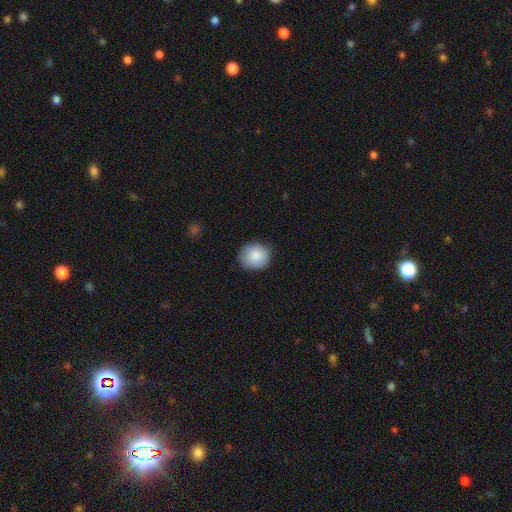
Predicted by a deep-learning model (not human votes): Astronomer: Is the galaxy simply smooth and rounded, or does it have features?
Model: smooth — 87%.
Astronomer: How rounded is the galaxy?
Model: round — 76%.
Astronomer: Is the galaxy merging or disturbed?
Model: none — 85%.